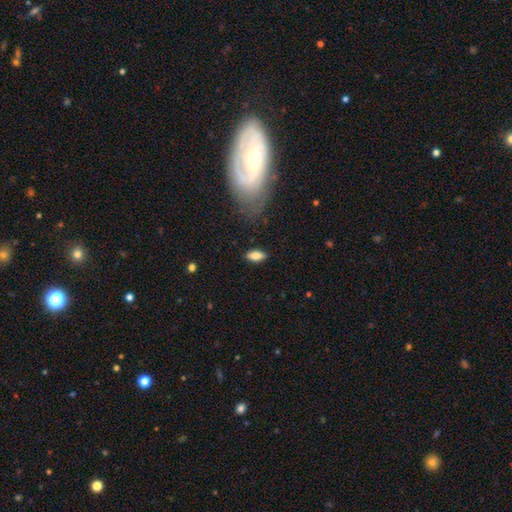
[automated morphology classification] This is likely a smooth galaxy (79%). How rounded: clearly in between (84%). Merging: clearly none (86%).